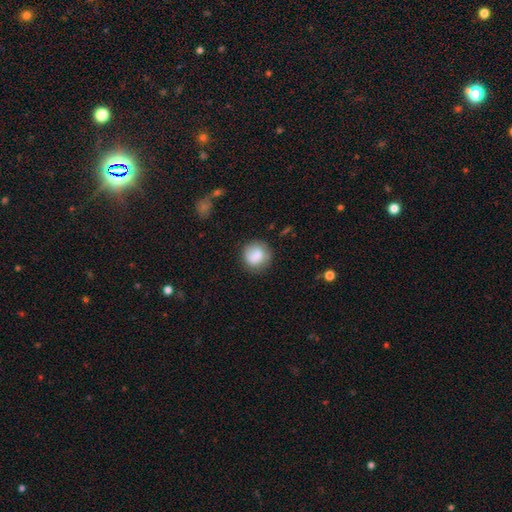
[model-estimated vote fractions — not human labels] smooth 82%, featured or disk 10%, star or artifact 8%. Down the decision tree: how rounded — round (87%); merging — none (73%).